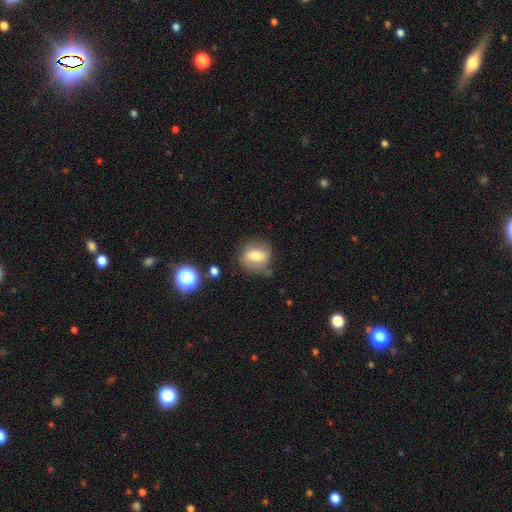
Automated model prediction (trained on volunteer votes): A smooth galaxy with no disk features (67%) that is round (55%).

Vote fractions:
- Smooth or featured? smooth: 67% / featured or disk: 23% / star or artifact: 9%
- How rounded? round: 55% / in between: 43% / cigar-shaped: 2%
- Merging? none: 68% / minor disturbance: 21% / major disturbance: 7% / merger: 4%